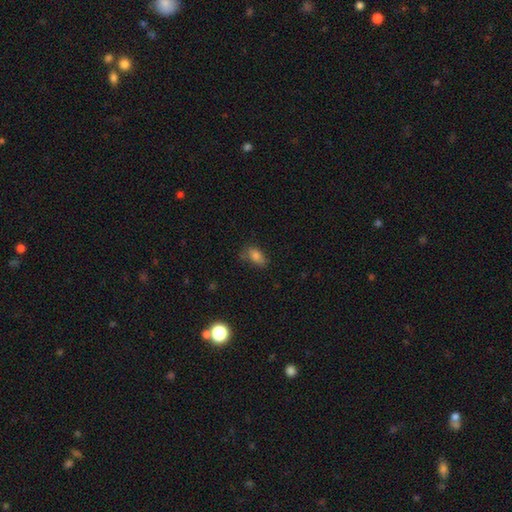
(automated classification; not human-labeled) Morphology: type=smooth (80%); roundness=in between (86%); merging=none (62%).